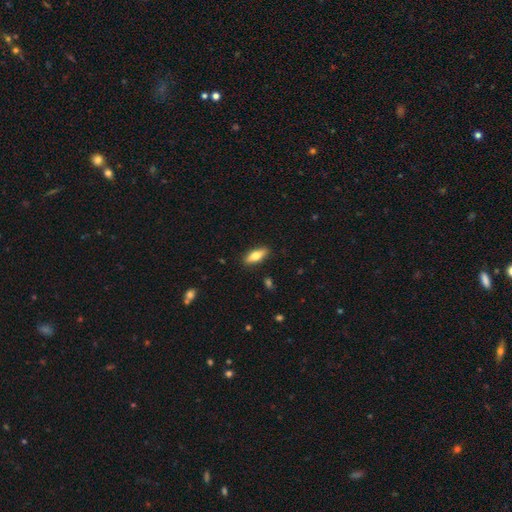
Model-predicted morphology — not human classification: Smooth or featured? smooth (68%)
How rounded? in between (66%)
Merging? none (88%)